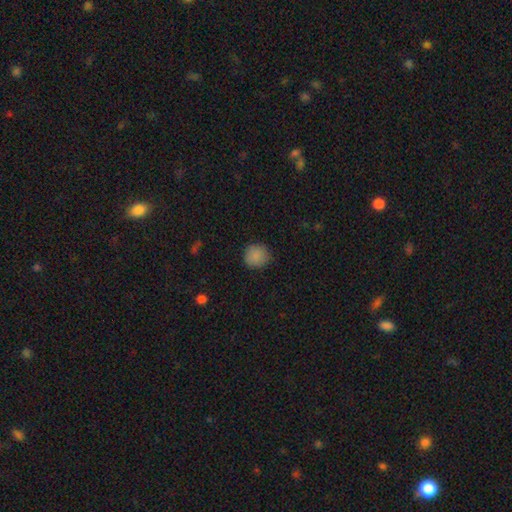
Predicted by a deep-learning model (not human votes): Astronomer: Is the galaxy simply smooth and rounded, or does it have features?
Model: smooth — 87%.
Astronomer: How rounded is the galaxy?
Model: round — 92%.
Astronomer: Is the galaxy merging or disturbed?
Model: none — 85%.